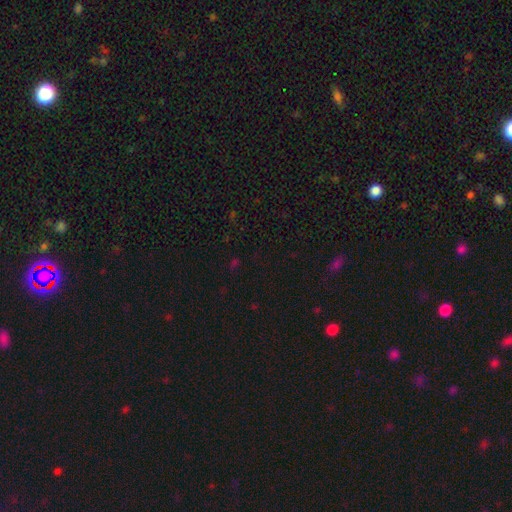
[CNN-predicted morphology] star or artifact 65%, smooth 27%, featured or disk 8%.